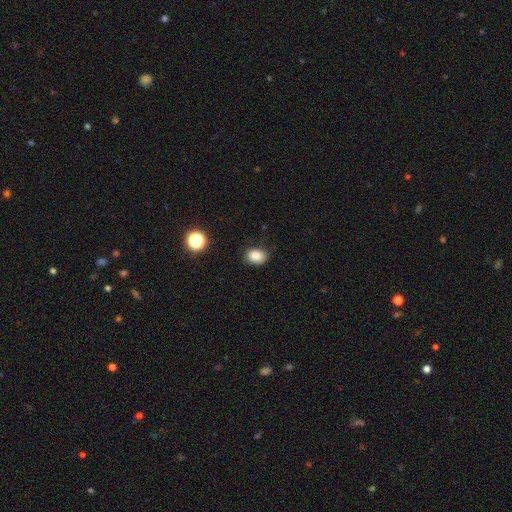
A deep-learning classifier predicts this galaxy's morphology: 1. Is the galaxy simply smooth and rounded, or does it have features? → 85% smooth, 11% star or artifact, 4% featured or disk.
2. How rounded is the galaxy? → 71% in between, 28% round, 1% cigar-shaped.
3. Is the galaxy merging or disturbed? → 83% none, 13% minor disturbance, 3% major disturbance, 1% merger.